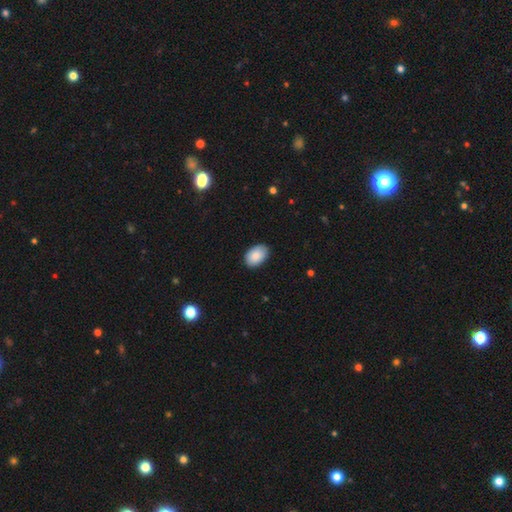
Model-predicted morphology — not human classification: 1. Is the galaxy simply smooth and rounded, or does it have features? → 87% smooth, 7% featured or disk, 6% star or artifact.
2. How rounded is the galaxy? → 90% in between, 9% round, 1% cigar-shaped.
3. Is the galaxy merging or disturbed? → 86% none, 11% minor disturbance, 2% major disturbance, 1% merger.